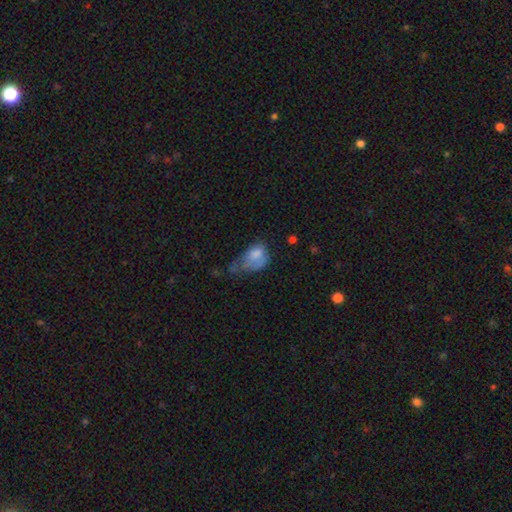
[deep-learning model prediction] This appears to be a smooth galaxy with no disk features (70%) that is in between round and cigar-shaped (79%). Merging: major disturbance (43%).